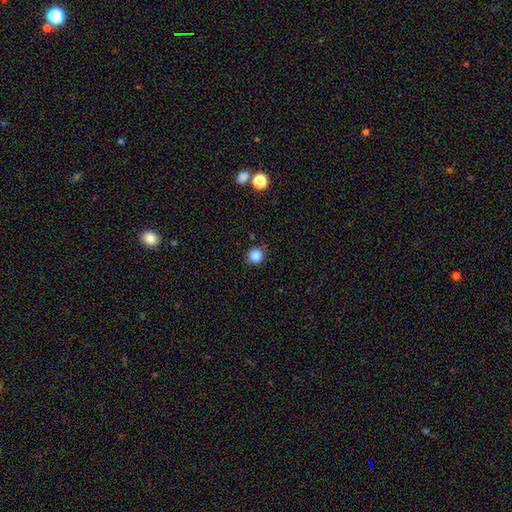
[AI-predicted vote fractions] A smooth galaxy with no disk features (85%) that is round (92%). Merging: none (88%).